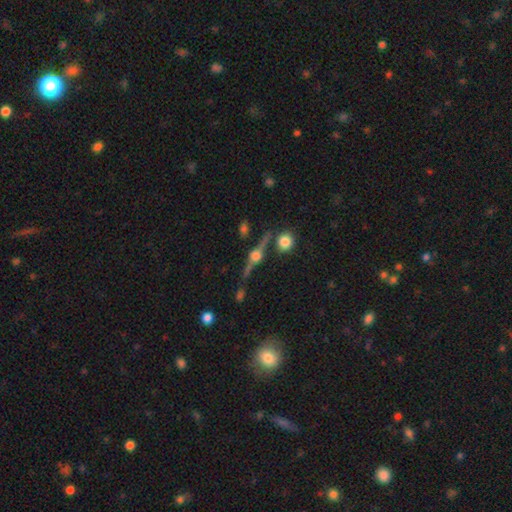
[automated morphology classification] featured or disk 82%, smooth 10%, star or artifact 9%. Down the decision tree: edge-on disk — yes (94%); edge-on bulge — rounded (95%); merging — none (78%).